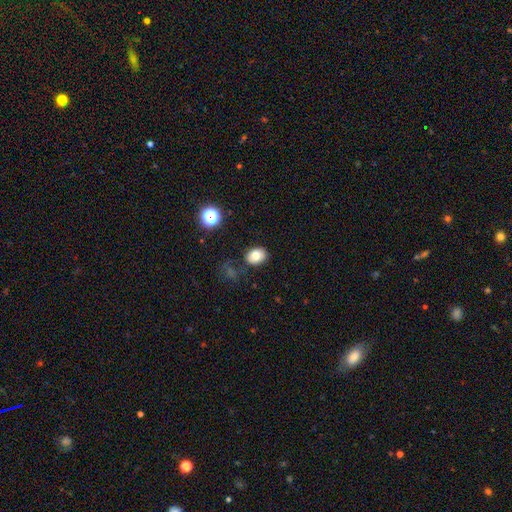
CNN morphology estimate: The model was most divided on "how rounded": in between: 65%, round: 34%, cigar-shaped: 1%. More confident: merging — none (79%); smooth or featured — smooth (78%).